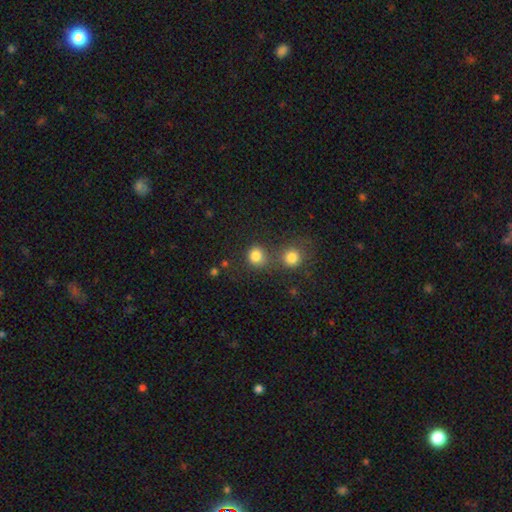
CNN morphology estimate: Smooth or featured? smooth (82%)
How rounded? round (86%)
Merging? none (62%)